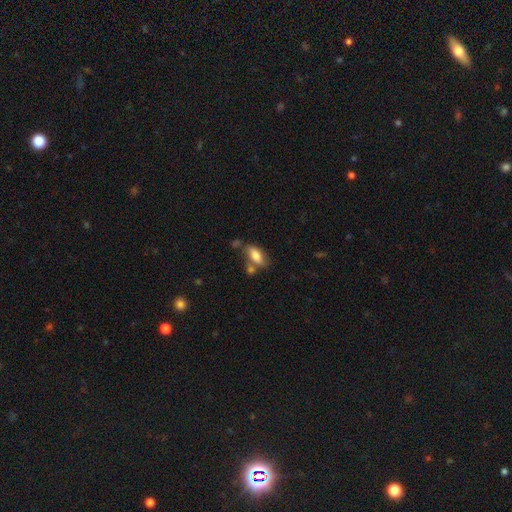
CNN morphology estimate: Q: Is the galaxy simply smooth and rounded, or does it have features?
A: smooth — 77%.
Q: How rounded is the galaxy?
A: in between — 84%.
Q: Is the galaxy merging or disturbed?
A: none — 55%.